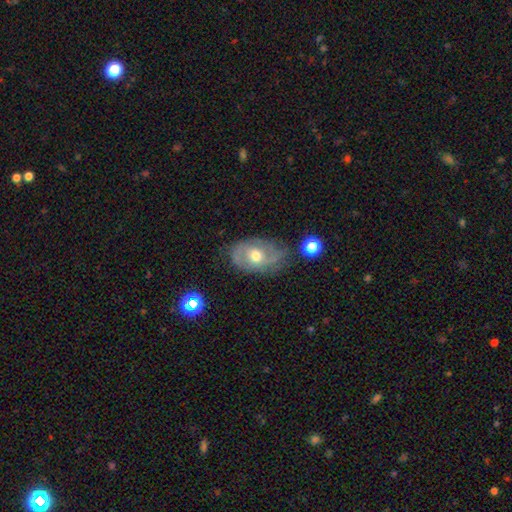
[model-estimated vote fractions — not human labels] Smooth or featured? Predicted: featured or disk (p=0.67). Edge-on disk? Predicted: no (p=0.95). Bar? Predicted: no (p=0.68). Spiral arms? Predicted: yes (p=0.79). Spiral winding? Predicted: tight (p=0.42). Spiral arm count? Predicted: 2 (p=0.48). Bulge size? Predicted: moderate (p=0.74). Merging? Predicted: none (p=0.56).